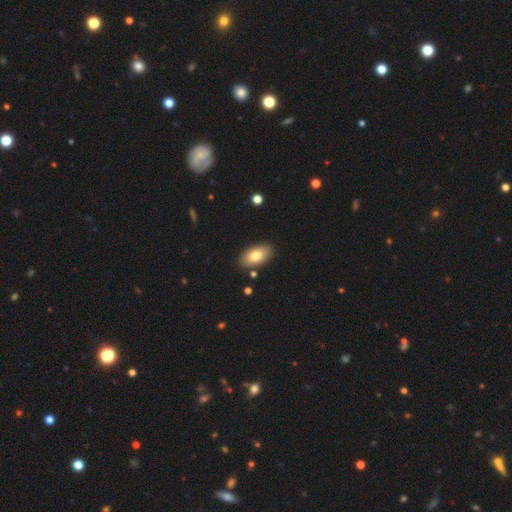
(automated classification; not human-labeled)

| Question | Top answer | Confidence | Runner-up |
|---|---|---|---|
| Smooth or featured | smooth | 78% | featured or disk (15%) |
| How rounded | in between | 94% | round (4%) |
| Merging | none | 87% | minor disturbance (8%) |